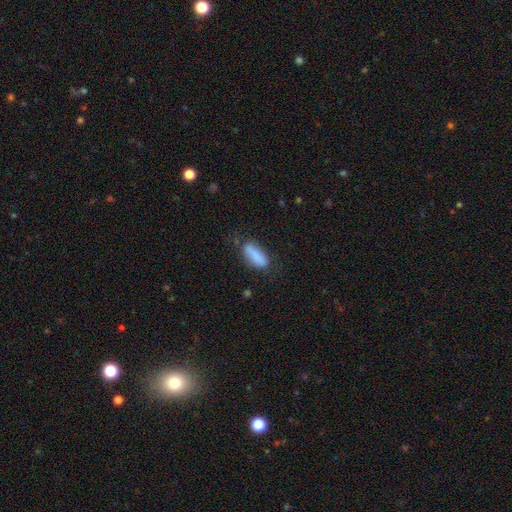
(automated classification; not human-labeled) Smooth or featured? Predicted: smooth (p=0.81). How rounded? Predicted: in between (p=0.57). Merging? Predicted: none (p=0.73).